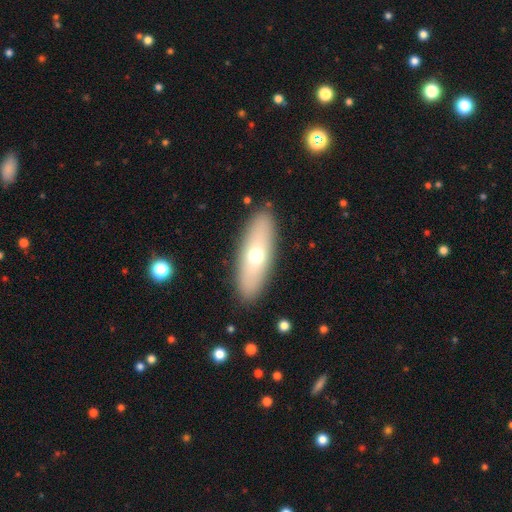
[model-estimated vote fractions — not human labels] smooth 61%, featured or disk 33%, star or artifact 7%. Down the decision tree: how rounded — in between (58%); merging — none (89%).